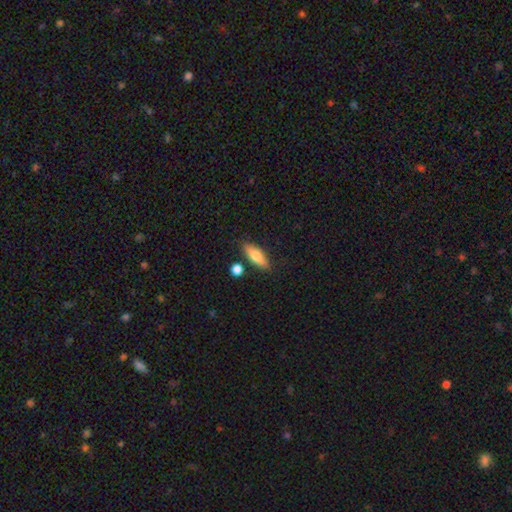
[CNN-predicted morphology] Smooth or featured? smooth (71%)
How rounded? in between (59%)
Merging? none (80%)